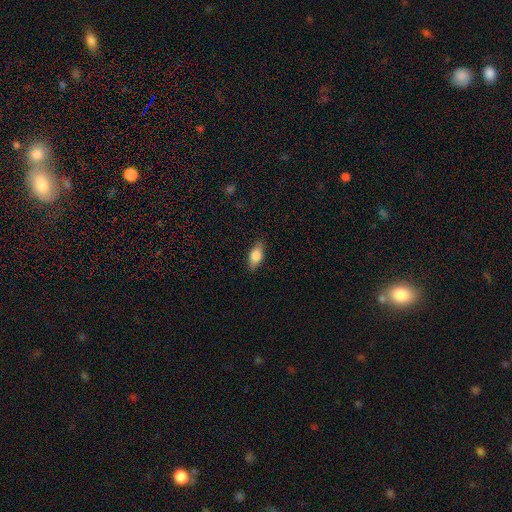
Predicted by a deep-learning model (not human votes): Q: Smooth or featured?
A: smooth (75%); runner-up: featured or disk (18%)
Q: How rounded?
A: in between (82%); runner-up: cigar-shaped (12%)
Q: Merging?
A: none (85%); runner-up: minor disturbance (12%)